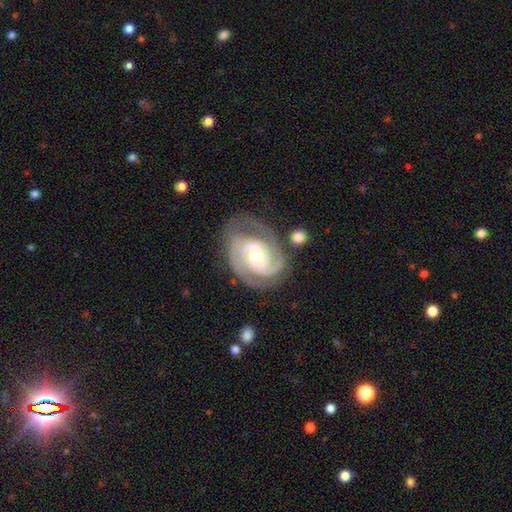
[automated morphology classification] type=featured or disk (91%); edge-on=no (97%); bar=no (51%); spiral arms=yes (98%); winding=tight (65%); arm count=2 (59%); bulge=moderate (50%); merging=none (71%).